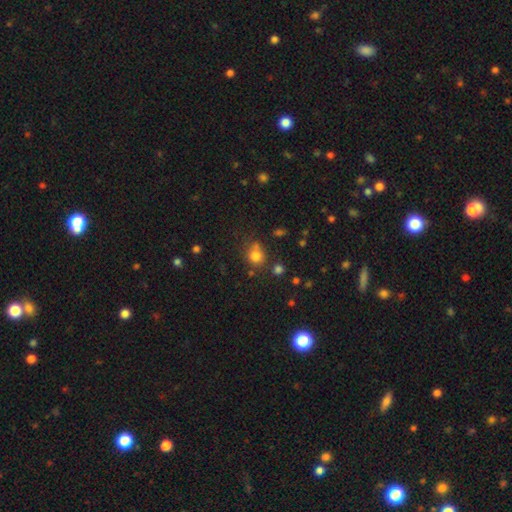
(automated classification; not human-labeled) This appears to be a smooth galaxy with no disk features (78%) that is round (78%). Merging: none (63%).